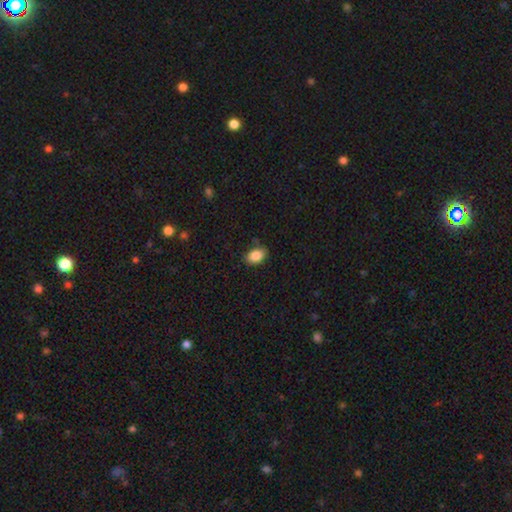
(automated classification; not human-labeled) Smooth or featured? Predicted: smooth (p=0.86). How rounded? Predicted: in between (p=0.83). Merging? Predicted: none (p=0.82).